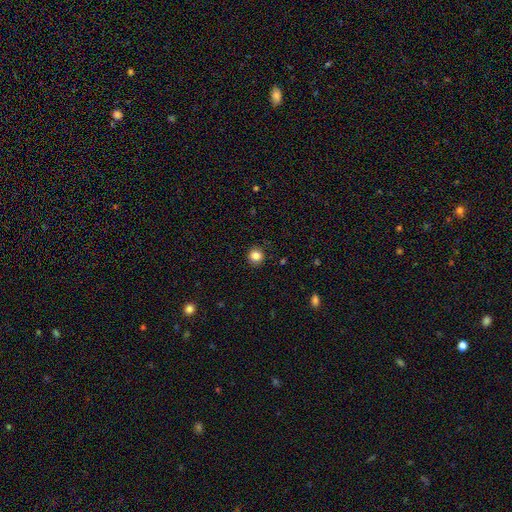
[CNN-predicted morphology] The model was most divided on "smooth or featured": smooth: 84%, star or artifact: 11%, featured or disk: 5%. More confident: how rounded — round (92%); merging — none (91%).